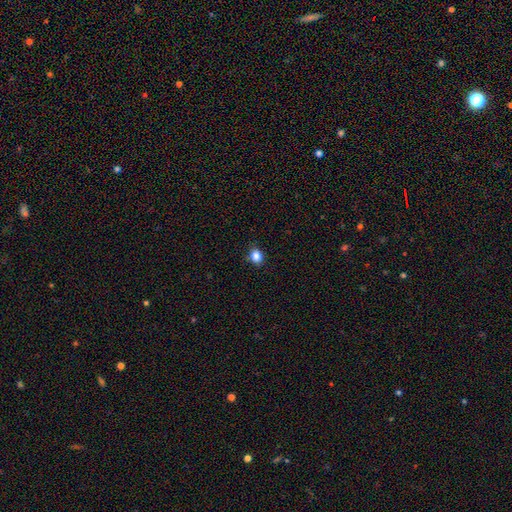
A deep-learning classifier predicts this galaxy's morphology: type=smooth (84%); roundness=round (60%); merging=none (85%).